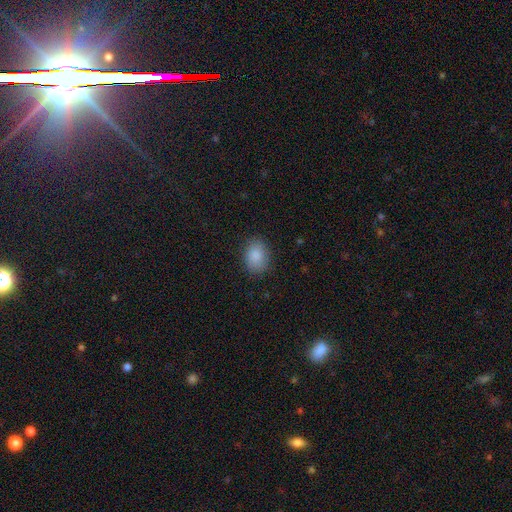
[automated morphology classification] Overall: smooth (87%). How rounded: in between (67%; round 32%). Merging: none (84%).